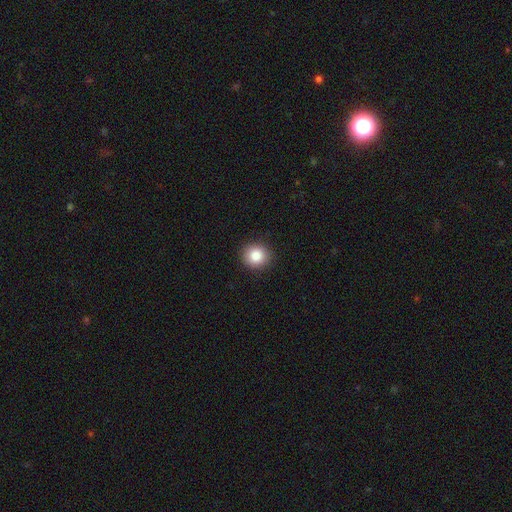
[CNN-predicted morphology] Smooth or featured? smooth (84%)
How rounded? round (89%)
Merging? none (92%)